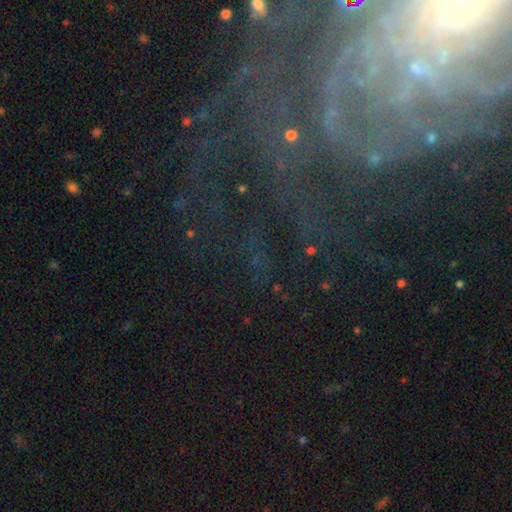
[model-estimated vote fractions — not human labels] The model was most divided on "smooth or featured": featured or disk: 49%, star or artifact: 36%, smooth: 15%. More confident: merging — none (67%).